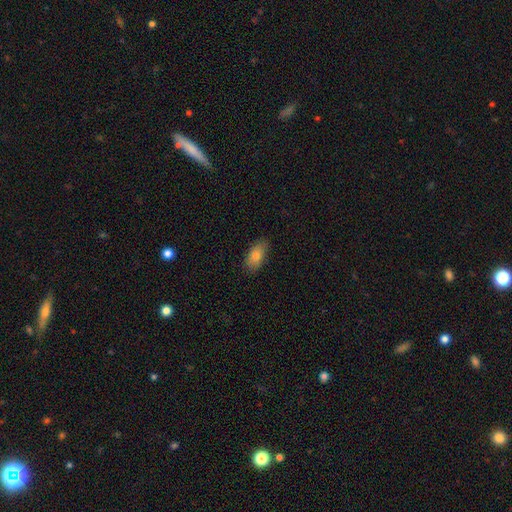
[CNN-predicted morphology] Smooth or featured: smooth — 79% (featured or disk — 13%)
How rounded: in between — 90% (cigar-shaped — 6%)
Merging: none — 83% (minor disturbance — 14%)